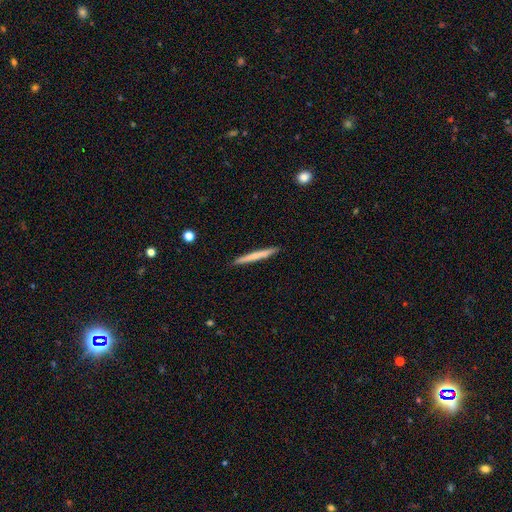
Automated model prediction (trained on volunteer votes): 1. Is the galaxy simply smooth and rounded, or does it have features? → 66% smooth, 29% featured or disk, 5% star or artifact.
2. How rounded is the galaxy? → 97% cigar-shaped, 2% in between, 1% round.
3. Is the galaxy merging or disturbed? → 92% none, 6% minor disturbance, 1% major disturbance, 1% merger.